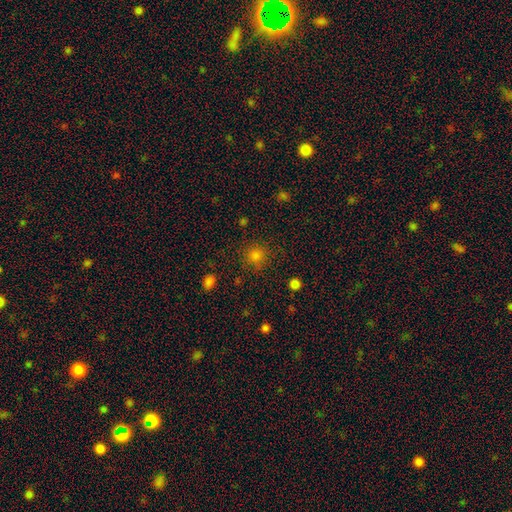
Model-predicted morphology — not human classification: Smooth or featured: smooth — 79% (star or artifact — 17%)
How rounded: round — 91% (in between — 8%)
Merging: none — 84% (minor disturbance — 10%)